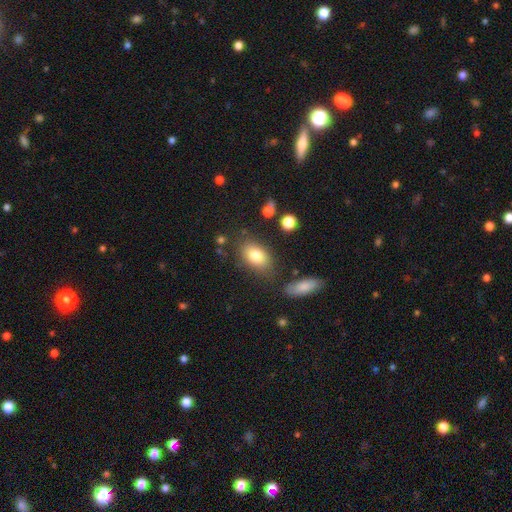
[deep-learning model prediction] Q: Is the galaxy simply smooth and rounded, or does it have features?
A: smooth — 80%.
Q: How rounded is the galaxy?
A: in between — 85%.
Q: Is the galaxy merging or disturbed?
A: none — 74%.